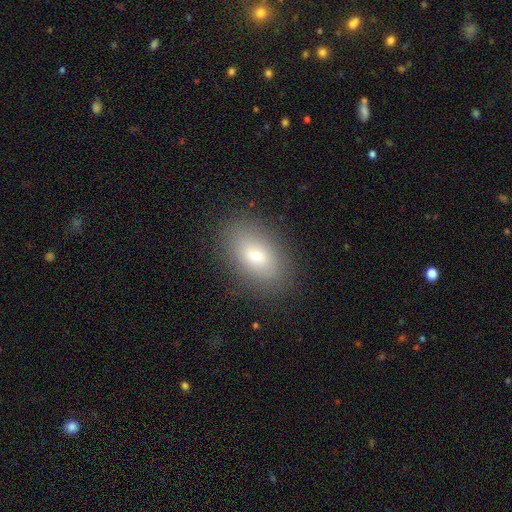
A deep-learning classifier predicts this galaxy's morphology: smooth 72%, featured or disk 17%, star or artifact 11%. Down the decision tree: how rounded — in between (87%); merging — none (86%).